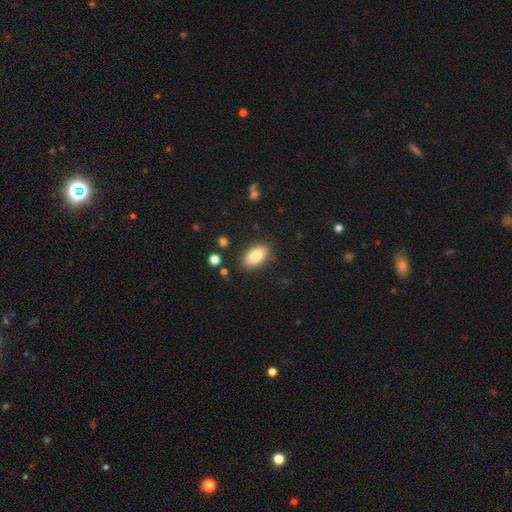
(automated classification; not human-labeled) This is clearly a smooth galaxy (81%). How rounded: clearly in between (92%). Merging: clearly none (86%).